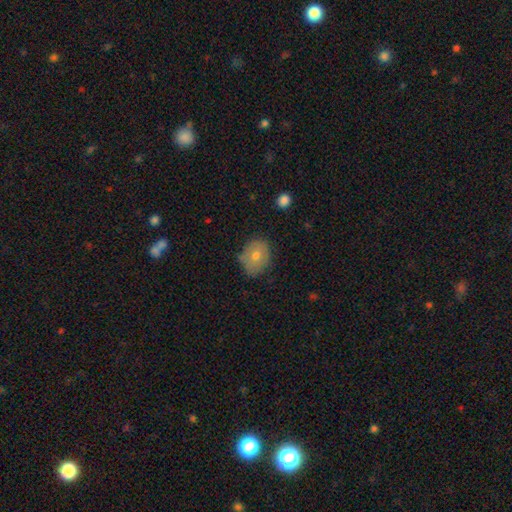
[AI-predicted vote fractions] Smooth or featured? smooth (65%)
How rounded? round (56%)
Merging? none (76%)